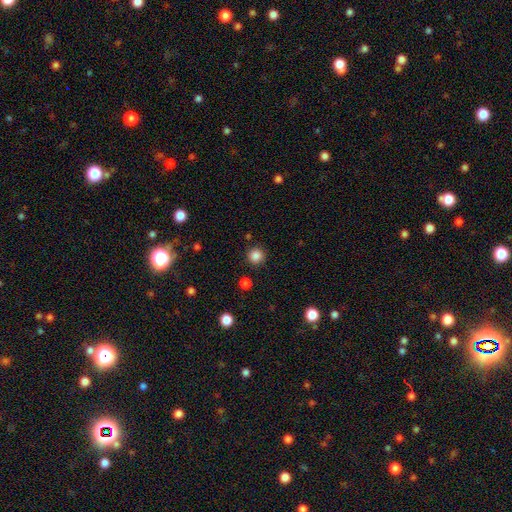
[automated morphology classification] This appears to be a smooth galaxy with no disk features (85%) that is round (95%). Merging: none (90%).